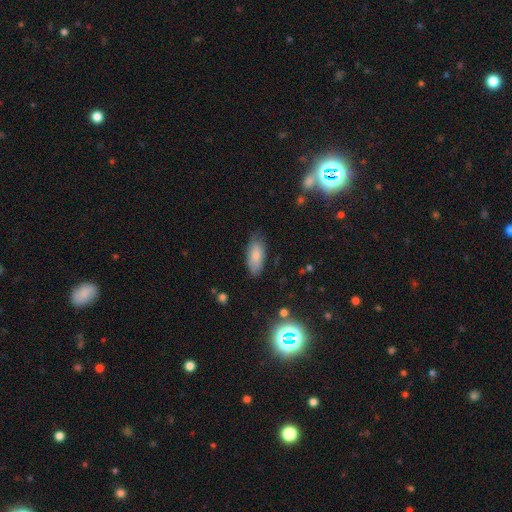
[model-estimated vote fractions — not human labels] Q: Smooth or featured?
A: smooth (81%); runner-up: featured or disk (12%)
Q: How rounded?
A: in between (87%); runner-up: cigar-shaped (11%)
Q: Merging?
A: none (73%); runner-up: minor disturbance (21%)